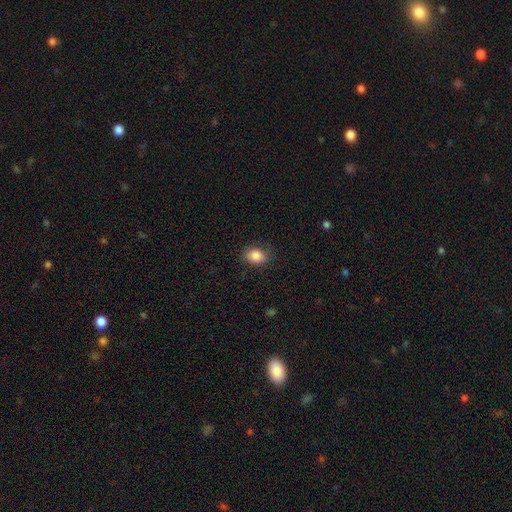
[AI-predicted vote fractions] Overall: smooth (86%). How rounded: in between (59%; round 40%). Merging: none (80%).